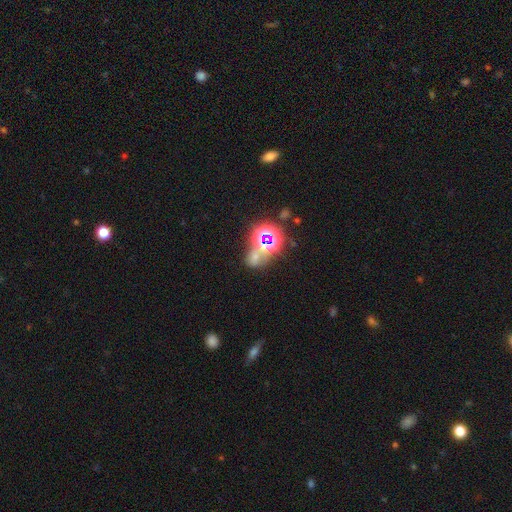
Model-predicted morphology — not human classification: Smooth or featured? star or artifact (60%)